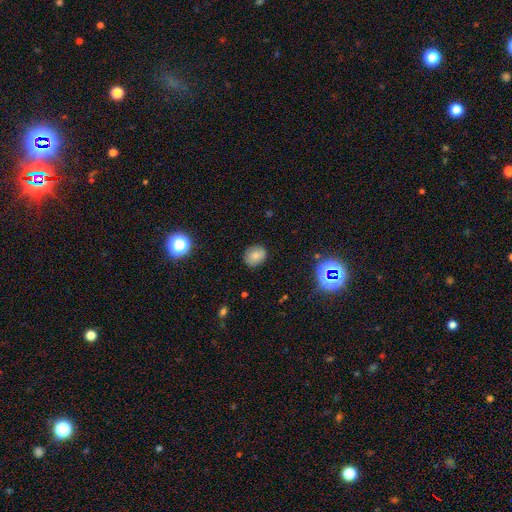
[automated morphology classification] Smooth or featured: smooth — 78% (star or artifact — 13%)
How rounded: round — 57% (in between — 42%)
Merging: none — 84% (minor disturbance — 12%)